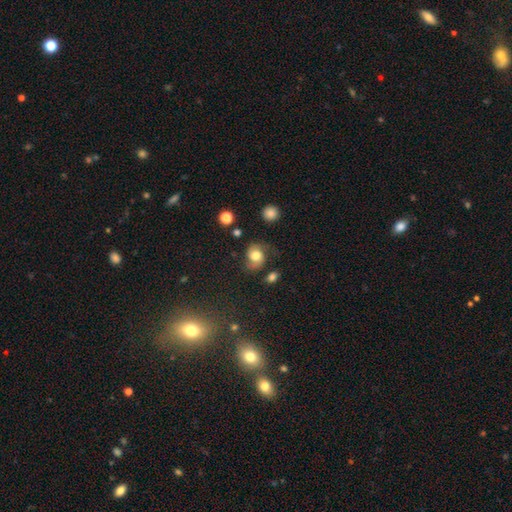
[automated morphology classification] This appears to be a featured or disk galaxy (48%). Merging: none (62%).